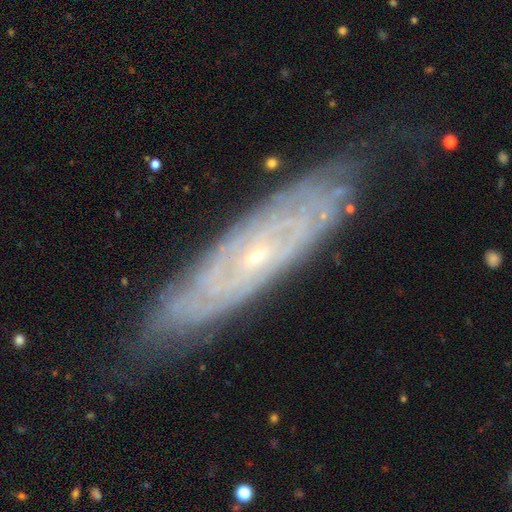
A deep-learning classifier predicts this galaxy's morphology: smooth_or_featured: featured or disk (p=0.84) [alt: smooth p=0.09]
disk_edge_on: no (p=0.81) [alt: yes p=0.19]
bar: no (p=0.71) [alt: weak p=0.22]
has_spiral_arms: yes (p=0.94) [alt: no p=0.06]
spiral_winding: tight (p=0.81) [alt: medium p=0.16]
spiral_arm_count: can't tell (p=0.52) [alt: 2 p=0.18]
bulge_size: small (p=0.81) [alt: moderate p=0.15]
merging: none (p=0.78) [alt: minor disturbance p=0.17]